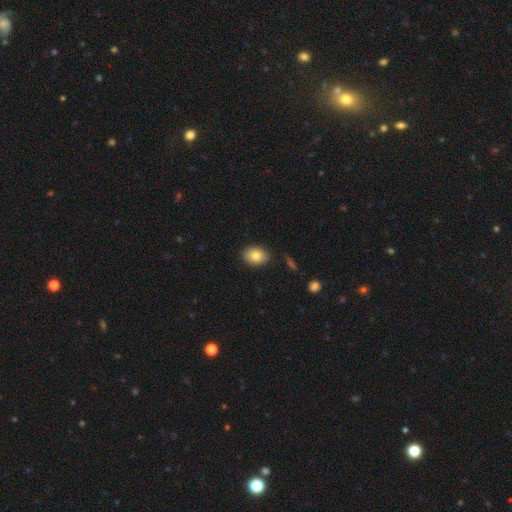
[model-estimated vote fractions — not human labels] Overall: smooth (81%). How rounded: in between (71%). Merging: none (86%).